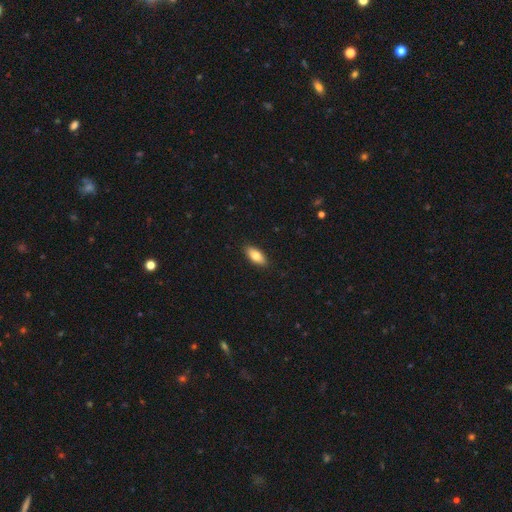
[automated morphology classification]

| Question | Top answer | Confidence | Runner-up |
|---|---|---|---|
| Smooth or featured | smooth | 82% | featured or disk (12%) |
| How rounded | in between | 88% | cigar-shaped (10%) |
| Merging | none | 89% | minor disturbance (8%) |